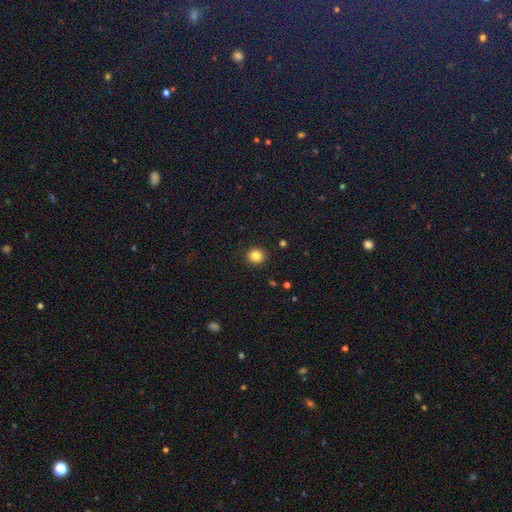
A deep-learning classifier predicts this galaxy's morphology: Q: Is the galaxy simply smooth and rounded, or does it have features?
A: smooth — 84%.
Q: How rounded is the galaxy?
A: round — 92%.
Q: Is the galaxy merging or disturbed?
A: none — 92%.